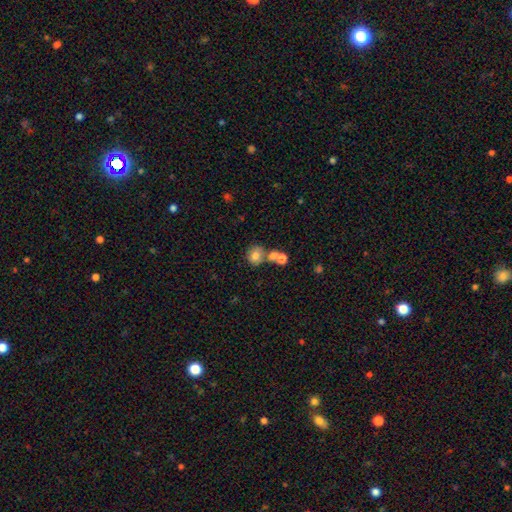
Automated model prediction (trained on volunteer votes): smooth-or-featured: smooth: 76% | featured or disk: 13% | star or artifact: 11%
  how-rounded: round: 78% | in between: 21% | cigar-shaped: 1%
  merging: none: 48% | merger: 36% | minor disturbance: 11% | major disturbance: 5%